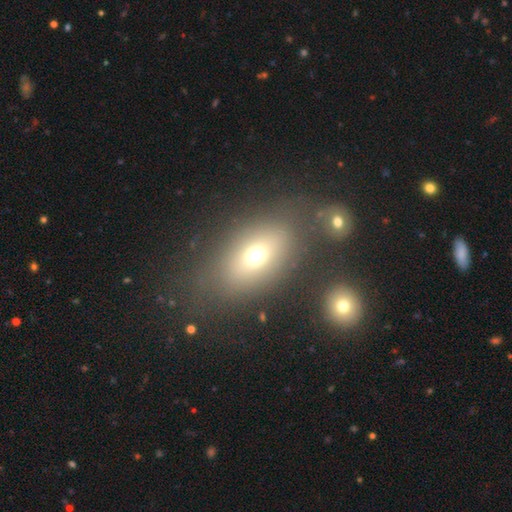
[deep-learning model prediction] Smooth or featured: smooth — 67% (featured or disk — 18%)
How rounded: in between — 78% (round — 19%)
Merging: none — 69% (minor disturbance — 14%)